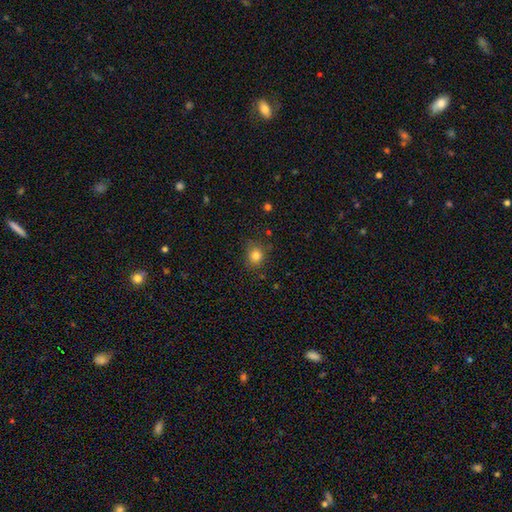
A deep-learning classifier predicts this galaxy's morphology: Overall: smooth (82%). How rounded: round (73%). Merging: none (80%).